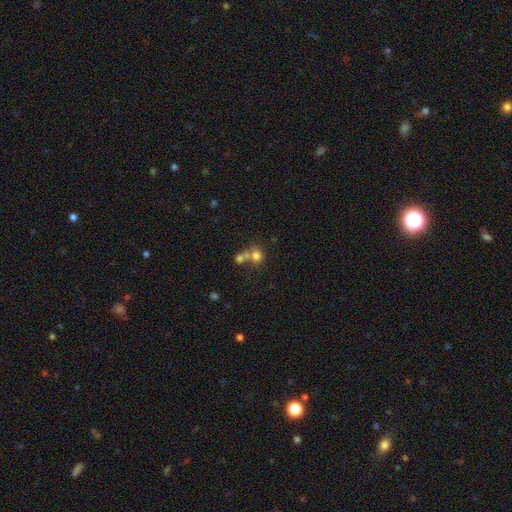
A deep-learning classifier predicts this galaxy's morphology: This is likely a smooth galaxy (72%). How rounded: likely round (78%). Merging: possibly merger (52%).